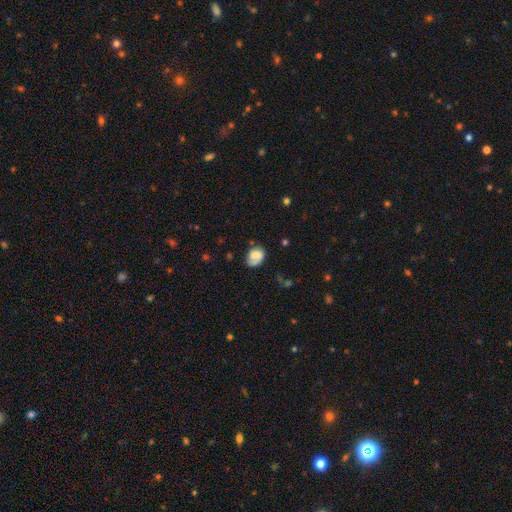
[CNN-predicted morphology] Q: Smooth or featured?
A: smooth (65%); runner-up: featured or disk (27%)
Q: How rounded?
A: in between (63%); runner-up: round (36%)
Q: Merging?
A: none (54%); runner-up: minor disturbance (27%)